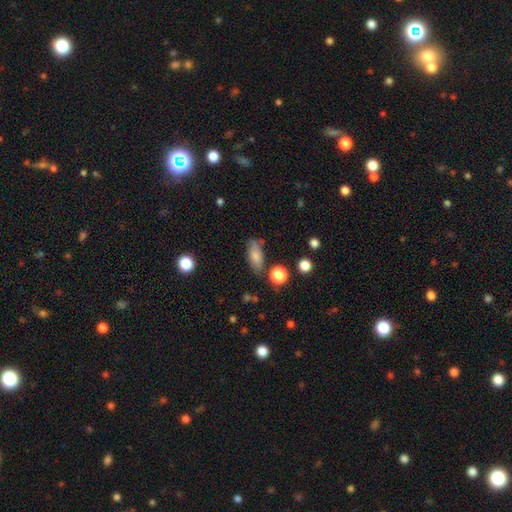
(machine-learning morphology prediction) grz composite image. It shows a smooth galaxy with no disk features (79%) that is in between round and cigar-shaped (80%). Merging: none (70%).